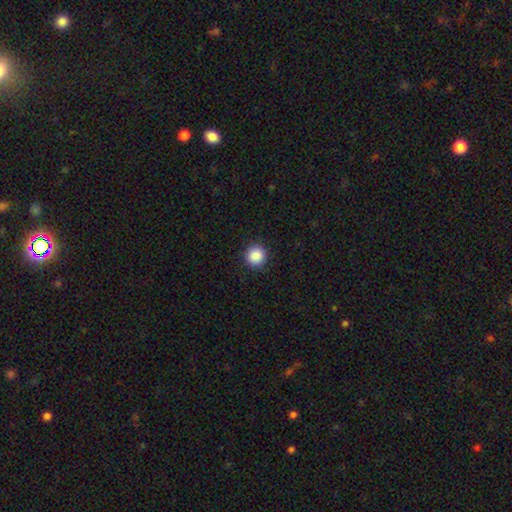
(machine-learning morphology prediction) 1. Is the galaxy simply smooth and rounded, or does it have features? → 88% smooth, 9% star or artifact, 3% featured or disk.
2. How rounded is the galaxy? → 95% round, 5% in between, 1% cigar-shaped.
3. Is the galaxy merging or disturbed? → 92% none, 5% minor disturbance, 2% major disturbance, 1% merger.